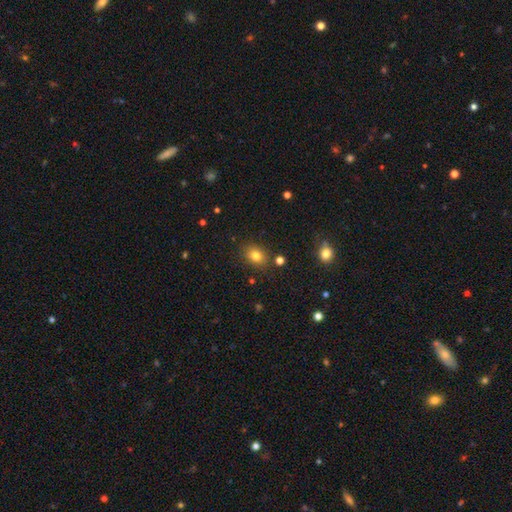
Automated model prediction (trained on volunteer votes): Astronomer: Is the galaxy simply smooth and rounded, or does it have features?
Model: smooth — 80%.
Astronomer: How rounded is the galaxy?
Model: in between — 57% (runner-up: round, 41%).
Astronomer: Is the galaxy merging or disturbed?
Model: none — 83%.